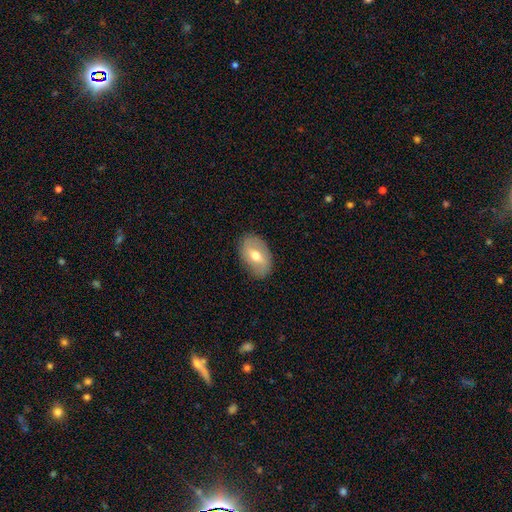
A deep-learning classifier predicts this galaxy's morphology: A smooth galaxy with no disk features (51%) that is in between round and cigar-shaped (85%).

Vote fractions:
- Smooth or featured? smooth: 51% / featured or disk: 42% / star or artifact: 7%
- How rounded? in between: 85% / round: 13% / cigar-shaped: 2%
- Merging? none: 85% / minor disturbance: 11% / major disturbance: 3% / merger: 1%